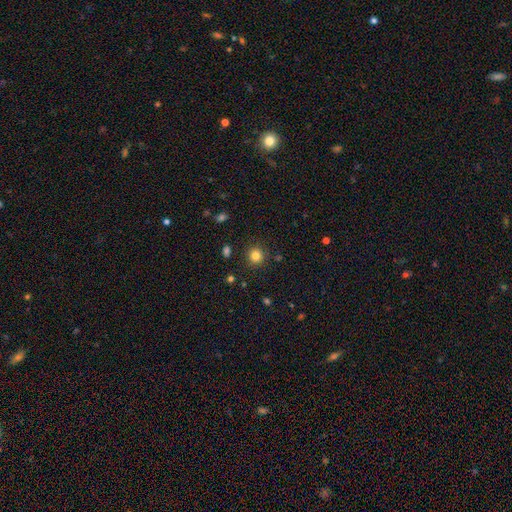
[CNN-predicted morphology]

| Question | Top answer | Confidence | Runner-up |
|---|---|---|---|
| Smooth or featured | smooth | 82% | star or artifact (13%) |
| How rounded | round | 91% | in between (8%) |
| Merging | none | 89% | minor disturbance (7%) |